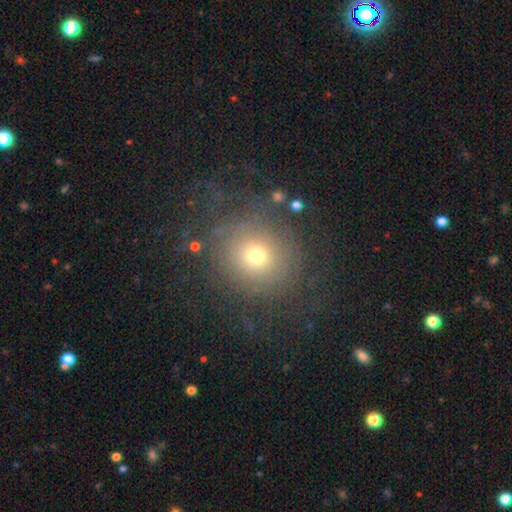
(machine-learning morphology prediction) smooth 48%, featured or disk 35%, star or artifact 16%. Down the decision tree: merging — none (69%).